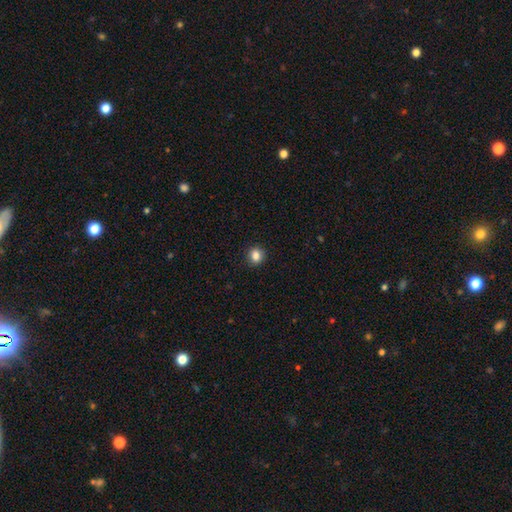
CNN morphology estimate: This appears to be a smooth galaxy with no disk features (84%) that is round (78%). Merging: none (91%).